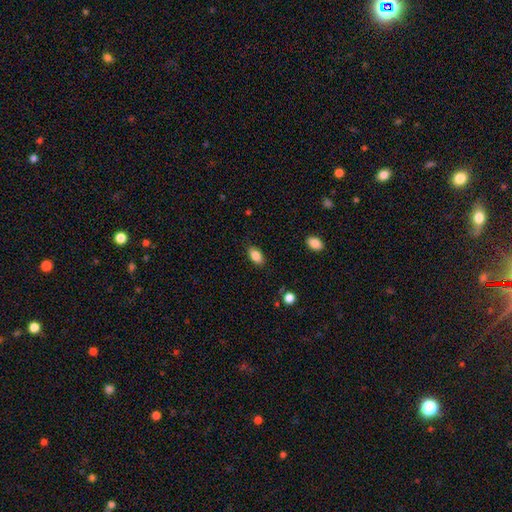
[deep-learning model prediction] Overall: smooth (85%). How rounded: in between (90%). Merging: none (85%).